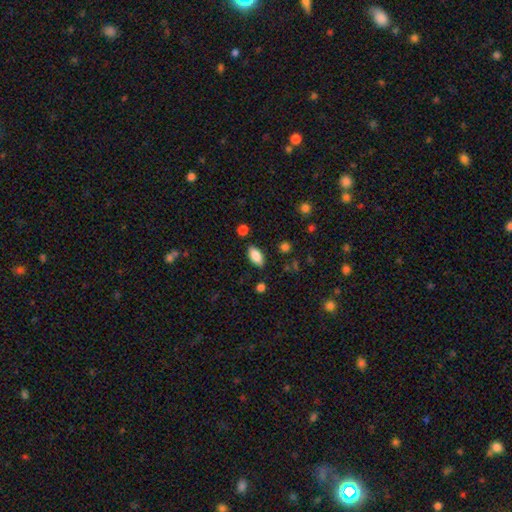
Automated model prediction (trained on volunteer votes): A smooth galaxy with no disk features (85%) that is in between round and cigar-shaped (91%).

Vote fractions:
- Smooth or featured? smooth: 85% / featured or disk: 8% / star or artifact: 7%
- How rounded? in between: 91% / cigar-shaped: 6% / round: 3%
- Merging? none: 85% / minor disturbance: 10% / merger: 3% / major disturbance: 2%